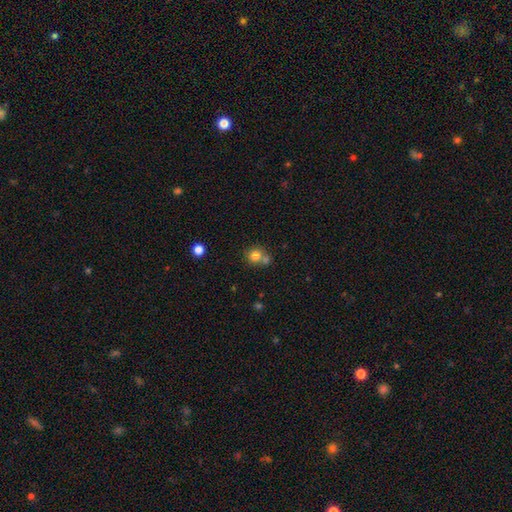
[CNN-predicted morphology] Smooth or featured: smooth — 79% (star or artifact — 12%)
How rounded: round — 87% (in between — 12%)
Merging: none — 52% (merger — 37%)